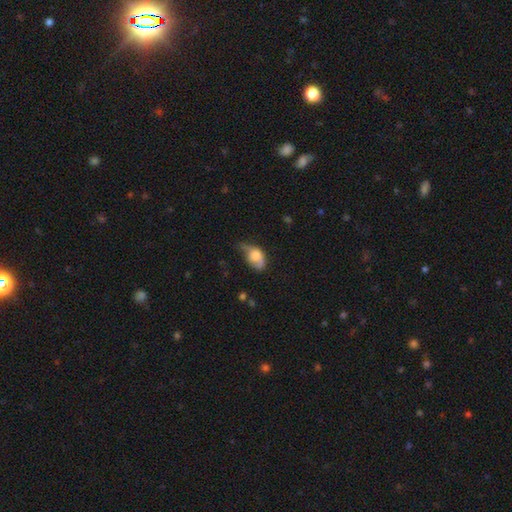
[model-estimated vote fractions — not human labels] smooth 70%, featured or disk 22%, star or artifact 8%. Down the decision tree: how rounded — in between (84%); merging — minor disturbance (43%).